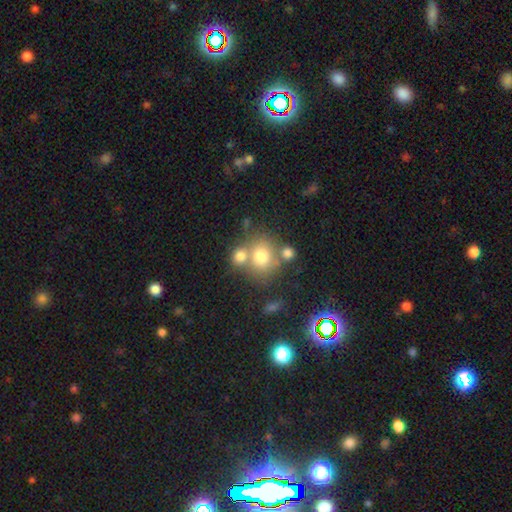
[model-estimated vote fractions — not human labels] The model was most divided on "merging": none: 58%, merger: 29%, minor disturbance: 9%, major disturbance: 4%. More confident: how rounded — round (81%); smooth or featured — smooth (62%).